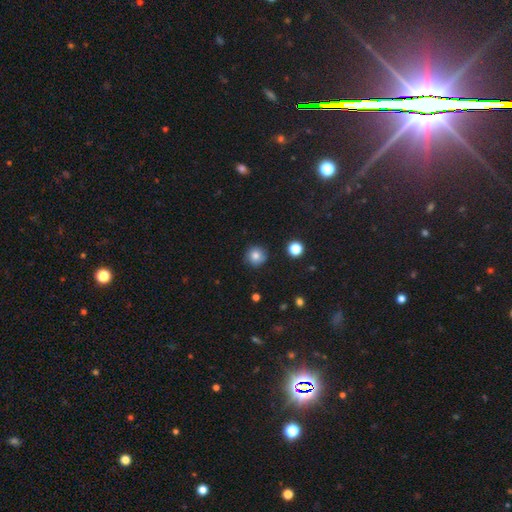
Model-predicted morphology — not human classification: This is likely a smooth galaxy (78%). How rounded: clearly round (93%). Merging: clearly none (84%).